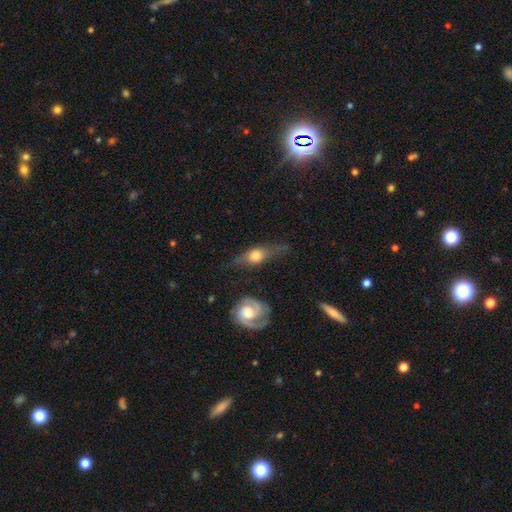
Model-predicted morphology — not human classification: smooth-or-featured: featured or disk: 59% | smooth: 34% | star or artifact: 7%
  disk-edge-on: yes: 73% | no: 27%
  merging: none: 59% | minor disturbance: 24% | major disturbance: 11% | merger: 5%